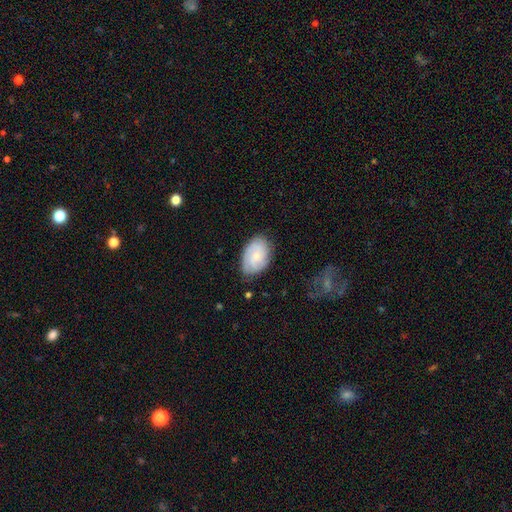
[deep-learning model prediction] Smooth or featured? featured or disk (55%)
Edge-on disk? no (96%)
Bar? no (68%)
Spiral arms? yes (89%)
Bulge size? small (64%)
Merging? none (75%)